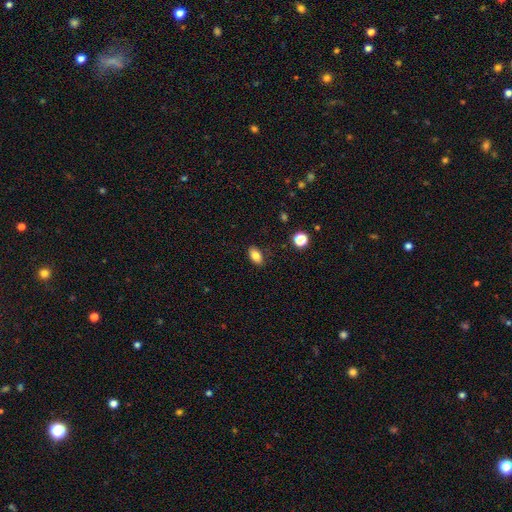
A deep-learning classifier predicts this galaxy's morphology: This is clearly a smooth galaxy (83%). How rounded: clearly in between (88%). Merging: clearly none (85%).